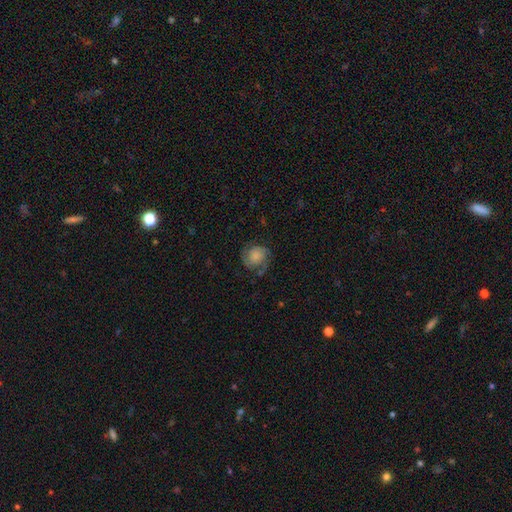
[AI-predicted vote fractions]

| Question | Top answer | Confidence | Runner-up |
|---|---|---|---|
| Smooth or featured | featured or disk | 57% | smooth (34%) |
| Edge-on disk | no | 98% | yes (2%) |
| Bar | no | 76% | weak (20%) |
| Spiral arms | yes | 91% | no (9%) |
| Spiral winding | tight | 43% | medium (40%) |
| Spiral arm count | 2 | 74% | can't tell (10%) |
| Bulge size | none | 33% | large (23%) |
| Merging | none | 68% | minor disturbance (20%) |